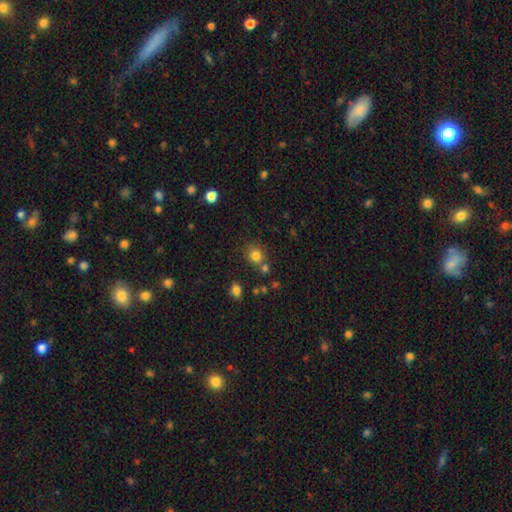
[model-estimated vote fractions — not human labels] Overall: smooth (80%). How rounded: round (83%). Merging: none (70%).